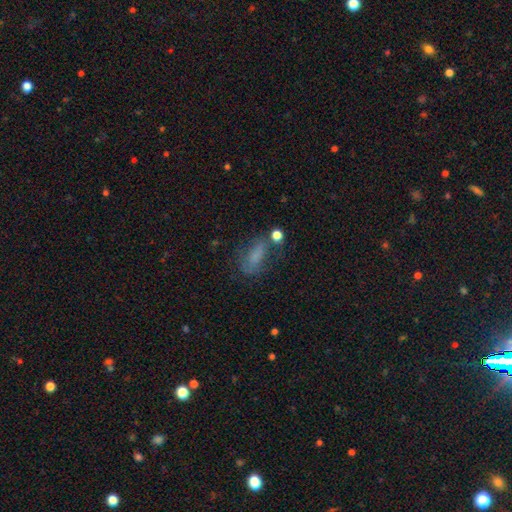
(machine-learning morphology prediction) Q: Smooth or featured?
A: smooth (58%); runner-up: featured or disk (25%)
Q: How rounded?
A: in between (74%); runner-up: cigar-shaped (18%)
Q: Merging?
A: none (48%); runner-up: minor disturbance (23%)